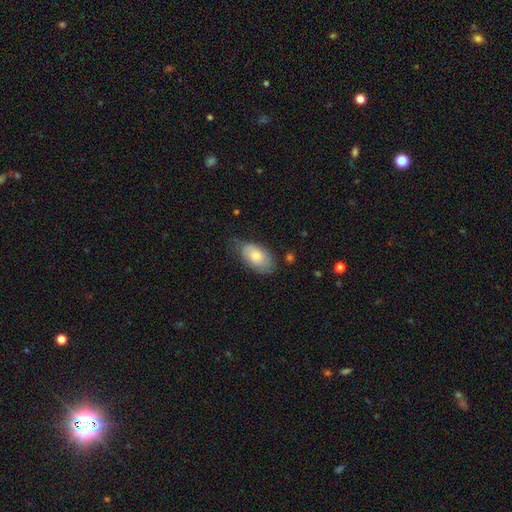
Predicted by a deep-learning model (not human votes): Smooth or featured: smooth — 72% (featured or disk — 22%)
How rounded: in between — 93% (round — 4%)
Merging: none — 61% (minor disturbance — 30%)